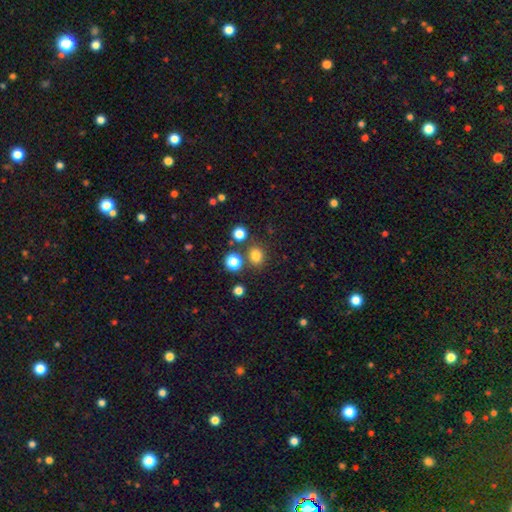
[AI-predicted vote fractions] Smooth or featured? Predicted: smooth (p=0.78). How rounded? Predicted: round (p=0.72). Merging? Predicted: none (p=0.77).